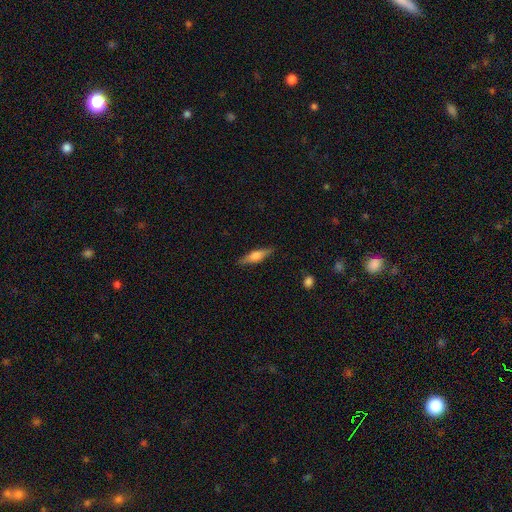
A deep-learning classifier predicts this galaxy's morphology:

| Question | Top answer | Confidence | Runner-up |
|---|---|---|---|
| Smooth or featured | smooth | 50% | featured or disk (43%) |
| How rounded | cigar-shaped | 65% | in between (32%) |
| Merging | none | 85% | minor disturbance (11%) |